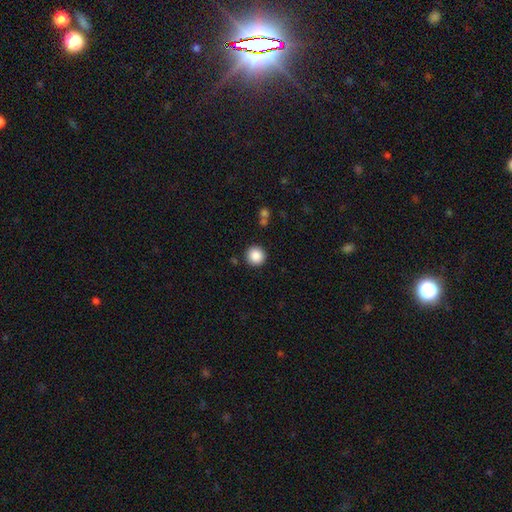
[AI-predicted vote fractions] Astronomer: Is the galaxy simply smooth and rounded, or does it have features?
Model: smooth — 87%.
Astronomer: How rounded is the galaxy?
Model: round — 94%.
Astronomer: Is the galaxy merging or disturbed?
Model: none — 90%.